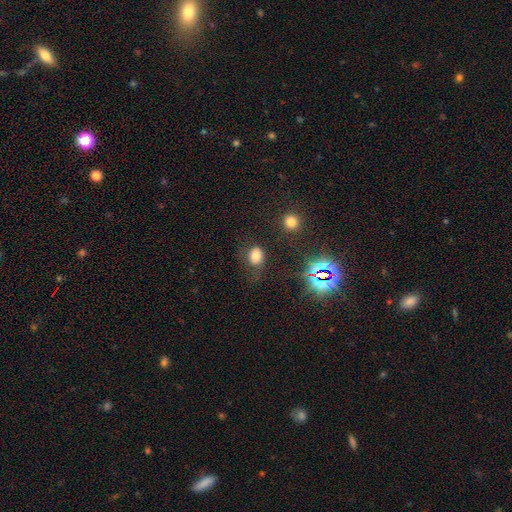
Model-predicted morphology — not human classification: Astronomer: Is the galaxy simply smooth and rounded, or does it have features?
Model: smooth — 73%.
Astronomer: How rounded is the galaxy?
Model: in between — 52% (runner-up: round, 47%).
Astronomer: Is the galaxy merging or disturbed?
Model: none — 61%.